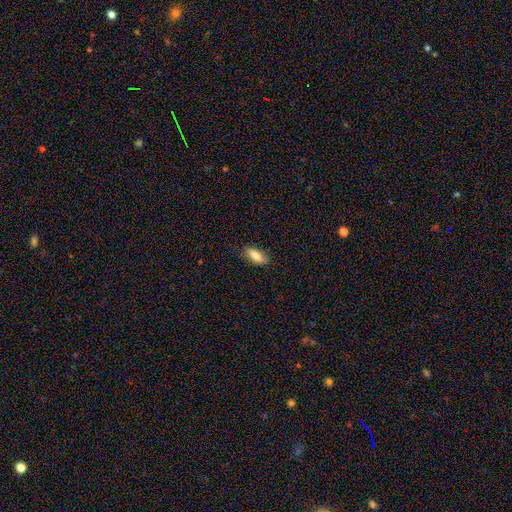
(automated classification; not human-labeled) The model was most divided on "how rounded": in between: 82%, cigar-shaped: 15%, round: 3%. More confident: merging — none (83%); smooth or featured — smooth (82%).